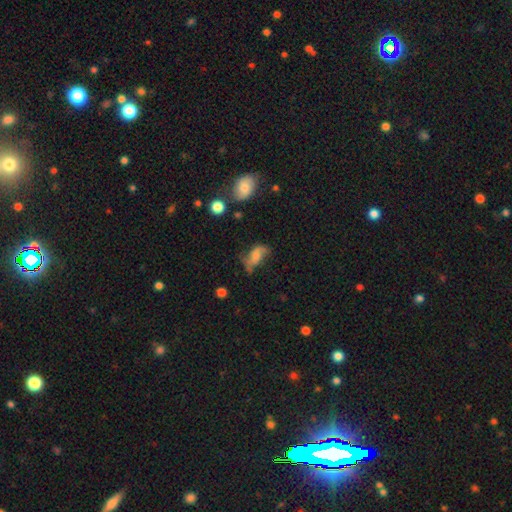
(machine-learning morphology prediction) The model was most divided on "smooth or featured": featured or disk: 50%, smooth: 39%, star or artifact: 11%. Remaining: edge-on disk — no (95%); merging — none (41%).